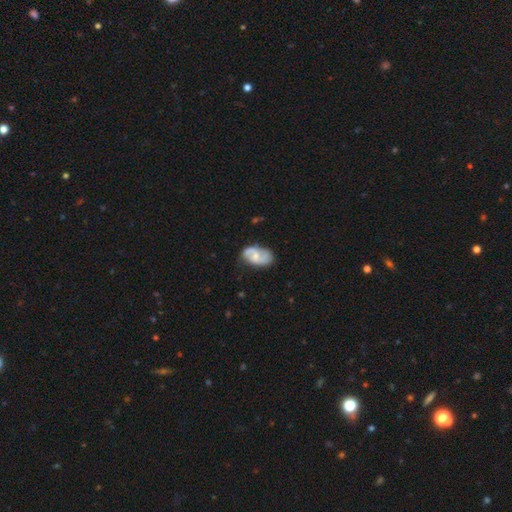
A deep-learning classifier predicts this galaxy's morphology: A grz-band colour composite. It shows a featured or disk galaxy (63%) with no bar (57%), 2 (79%) medium (44%) spiral arms (86%) and a small central bulge (45%). Merging: none (65%).